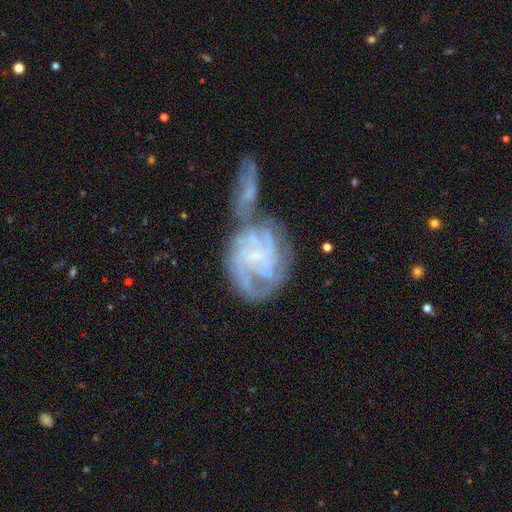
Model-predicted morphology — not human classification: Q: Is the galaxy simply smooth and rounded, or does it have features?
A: featured or disk — 77%.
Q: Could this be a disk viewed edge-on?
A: no — 97%.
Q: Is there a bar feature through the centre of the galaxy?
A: no — 56%.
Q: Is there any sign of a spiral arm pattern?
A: yes — 87%.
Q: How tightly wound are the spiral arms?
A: tight — 53%.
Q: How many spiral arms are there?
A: can't tell — 38%.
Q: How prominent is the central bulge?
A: small — 46%.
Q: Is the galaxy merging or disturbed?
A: merger — 46%.